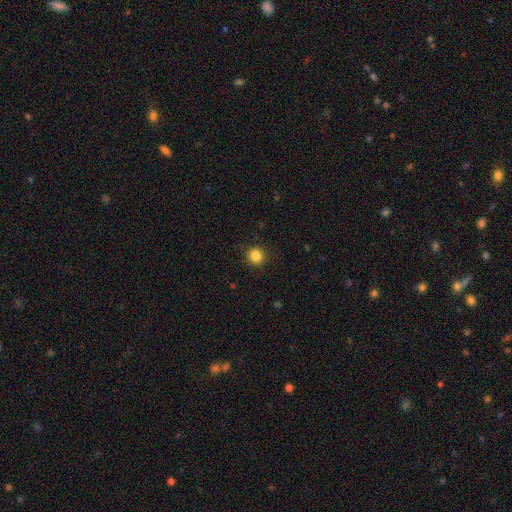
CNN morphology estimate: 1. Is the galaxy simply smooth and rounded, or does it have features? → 85% smooth, 11% star or artifact, 4% featured or disk.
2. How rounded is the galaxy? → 91% round, 9% in between, 1% cigar-shaped.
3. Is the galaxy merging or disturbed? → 91% none, 6% minor disturbance, 2% major disturbance, 1% merger.